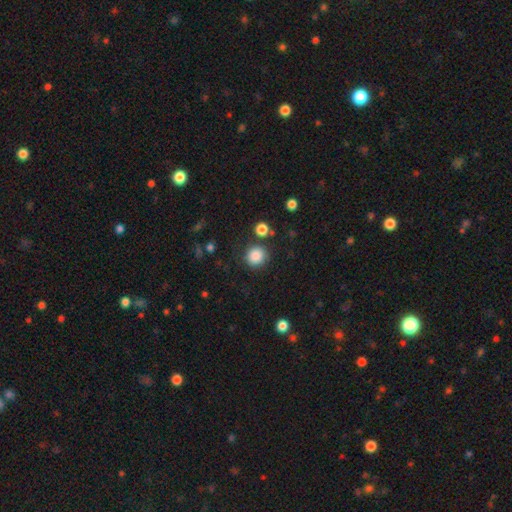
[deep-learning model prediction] A smooth galaxy with no disk features (87%) that is round (90%). Merging: none (84%).